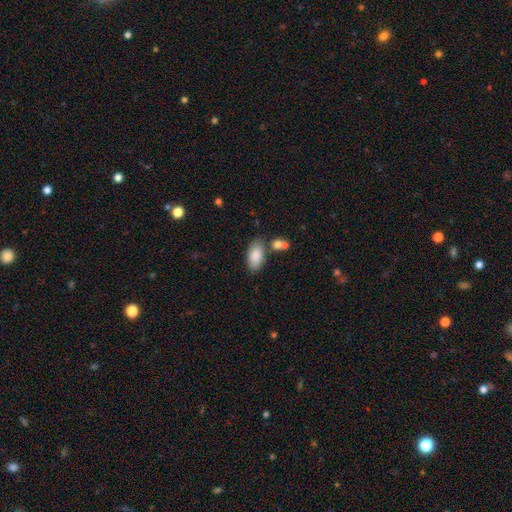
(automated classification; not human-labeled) Smooth or featured? Predicted: smooth (p=0.87). How rounded? Predicted: in between (p=0.93). Merging? Predicted: none (p=0.69).